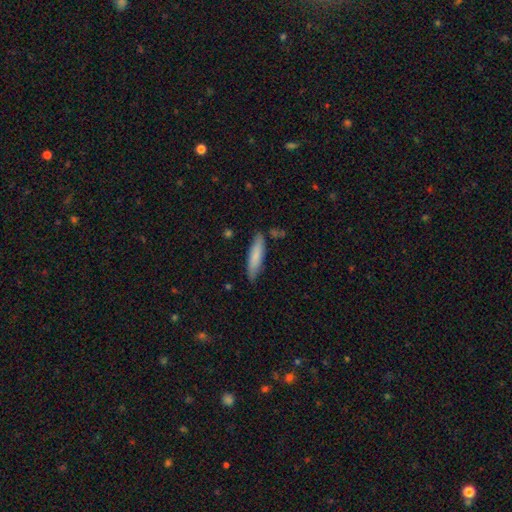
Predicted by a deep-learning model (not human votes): smooth-or-featured: smooth: 80% | featured or disk: 14% | star or artifact: 5%
  how-rounded: cigar-shaped: 78% | in between: 21% | round: 1%
  merging: none: 83% | minor disturbance: 13% | merger: 2% | major disturbance: 2%